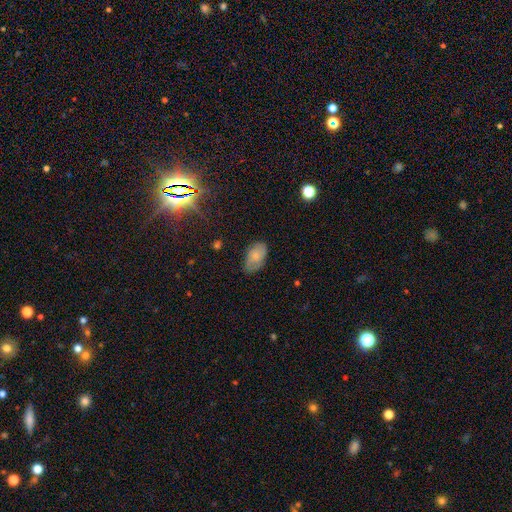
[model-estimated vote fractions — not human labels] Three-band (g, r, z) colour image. It shows a smooth galaxy with no disk features (70%) that is in between round and cigar-shaped (92%). Merging: none (65%).